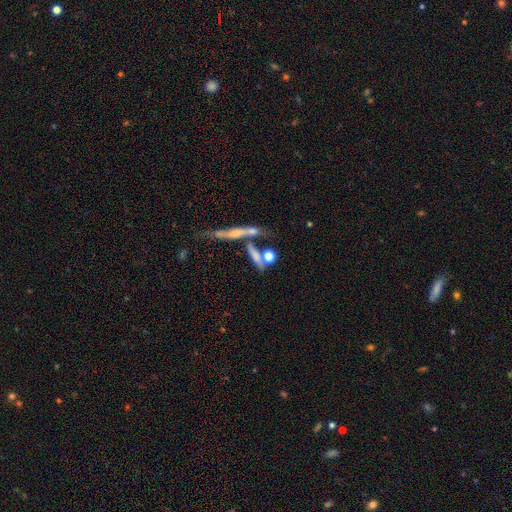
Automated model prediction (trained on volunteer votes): A smooth galaxy with no disk features (58%) that is cigar-shaped (45%). Merging: none (43%).